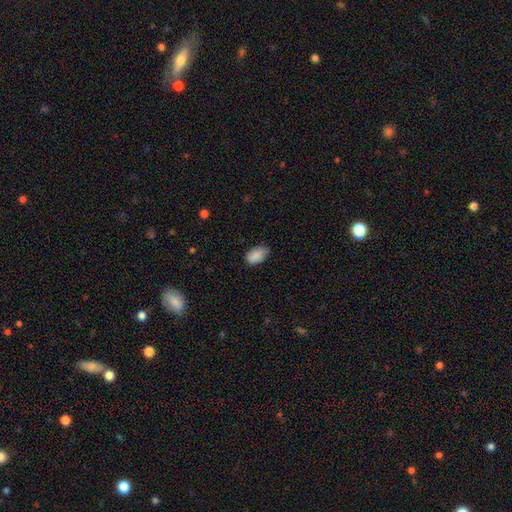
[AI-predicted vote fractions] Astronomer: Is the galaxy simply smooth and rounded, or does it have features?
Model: smooth — 88%.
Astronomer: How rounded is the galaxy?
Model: in between — 92%.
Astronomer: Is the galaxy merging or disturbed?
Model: none — 72%.